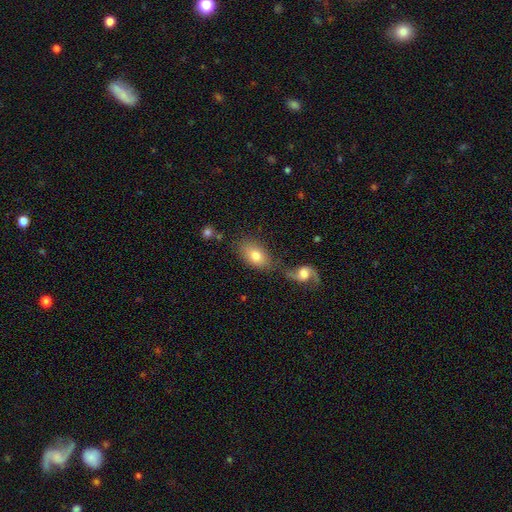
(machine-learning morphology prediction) The model was most divided on "merging": none: 59%, merger: 21%, minor disturbance: 14%, major disturbance: 6%. More confident: how rounded — in between (87%); smooth or featured — smooth (76%).